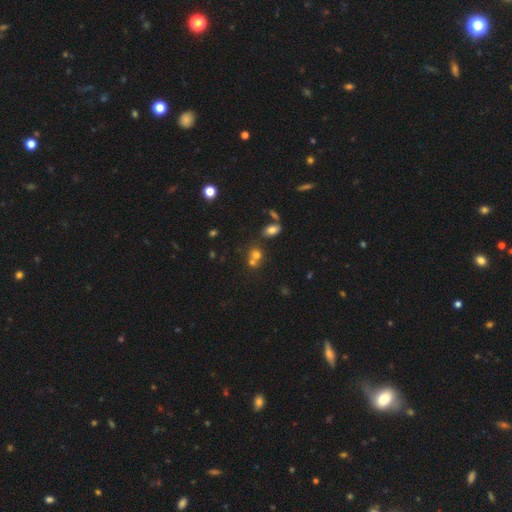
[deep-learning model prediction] smooth 67%, star or artifact 19%, featured or disk 14%. Down the decision tree: how rounded — round (68%); merging — merger (48%).